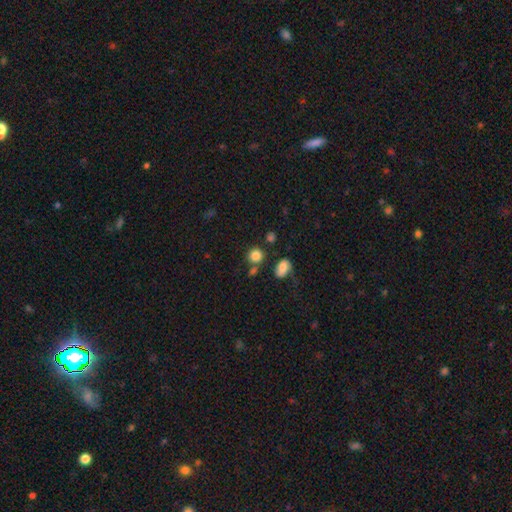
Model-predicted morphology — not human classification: The model was most divided on "merging": none: 70%, merger: 13%, minor disturbance: 12%, major disturbance: 5%. More confident: how rounded — round (83%); smooth or featured — smooth (83%).